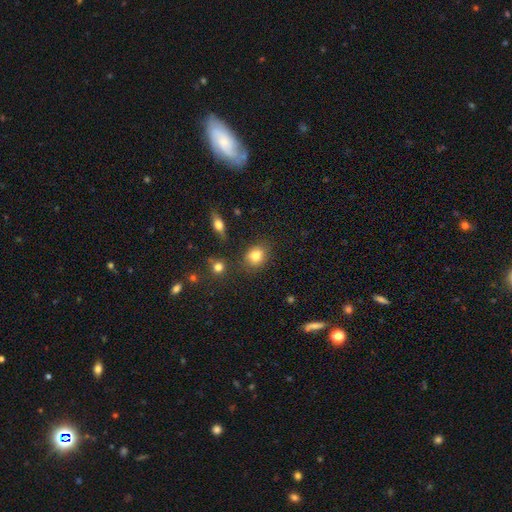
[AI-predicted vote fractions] Overall: smooth (81%). How rounded: round (53%; in between 46%). Merging: none (78%).